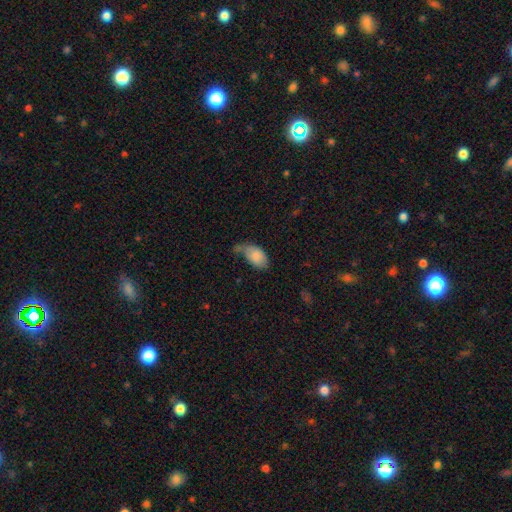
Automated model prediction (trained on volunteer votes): Smooth or featured? smooth (81%)
How rounded? in between (92%)
Merging? minor disturbance (36%)